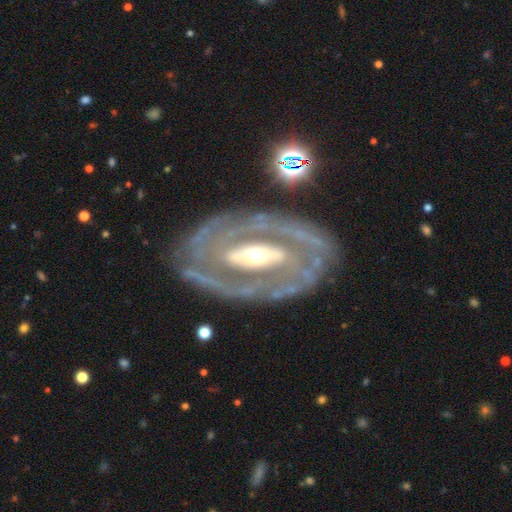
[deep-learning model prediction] Smooth or featured? featured or disk (89%)
Edge-on disk? no (94%)
Bar? strong (50%)
Spiral arms? yes (84%)
Spiral winding? tight (59%)
Spiral arm count? 2 (70%)
Bulge size? moderate (63%)
Merging? none (76%)